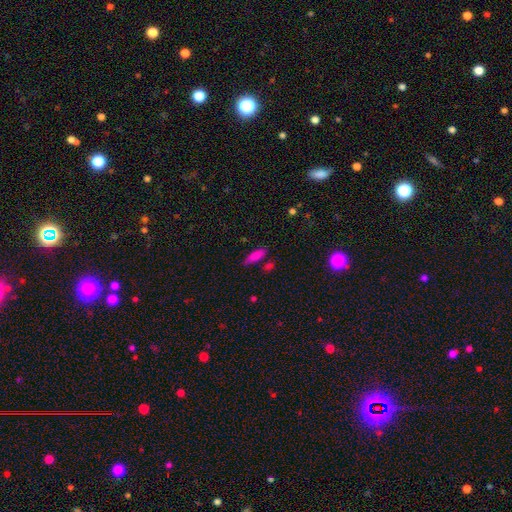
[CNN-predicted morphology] Q: Smooth or featured?
A: smooth (82%); runner-up: star or artifact (10%)
Q: How rounded?
A: in between (53%); runner-up: cigar-shaped (45%)
Q: Merging?
A: none (75%); runner-up: minor disturbance (15%)